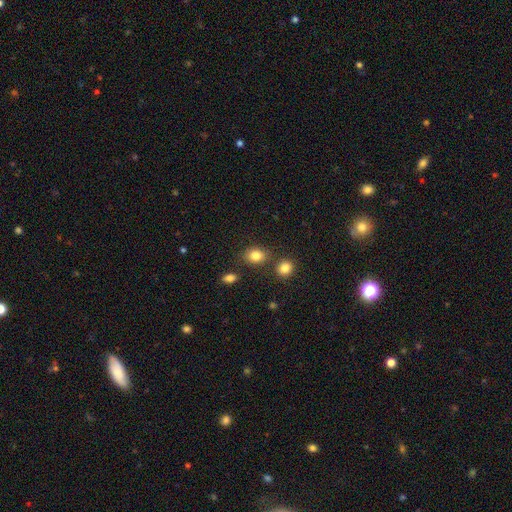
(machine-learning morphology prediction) smooth 84%, star or artifact 10%, featured or disk 6%. Down the decision tree: how rounded — in between (55%); merging — none (75%).